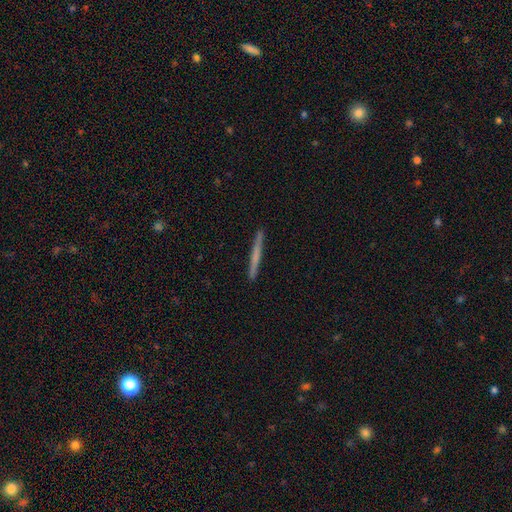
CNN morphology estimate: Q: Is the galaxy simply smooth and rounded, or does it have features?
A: smooth — 53%.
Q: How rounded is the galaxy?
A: cigar-shaped — 97%.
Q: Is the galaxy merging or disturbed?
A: none — 92%.